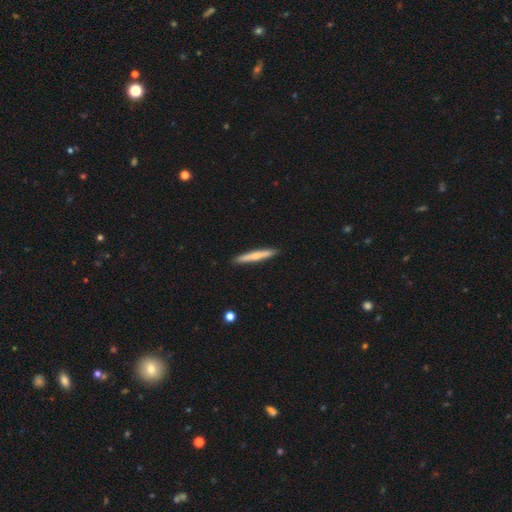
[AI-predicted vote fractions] A smooth galaxy with no disk features (59%) that is cigar-shaped (95%). Merging: none (91%).